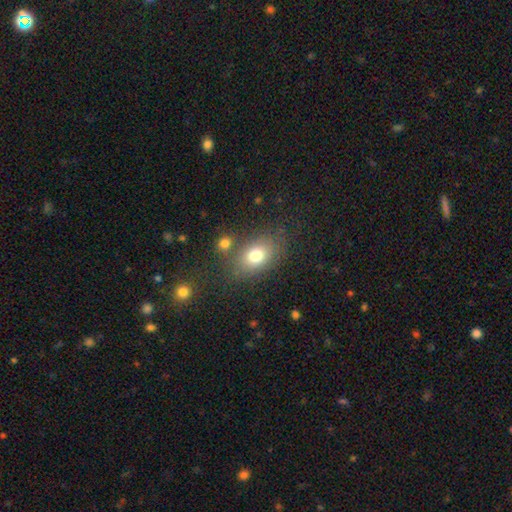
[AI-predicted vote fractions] Smooth or featured?
  - smooth: 75% *
  - featured or disk: 13%
  - star or artifact: 11%
How rounded?
  - in between: 72% *
  - round: 27%
  - cigar-shaped: 1%
Merging?
  - none: 71% *
  - minor disturbance: 14%
  - merger: 9%
  - major disturbance: 6%